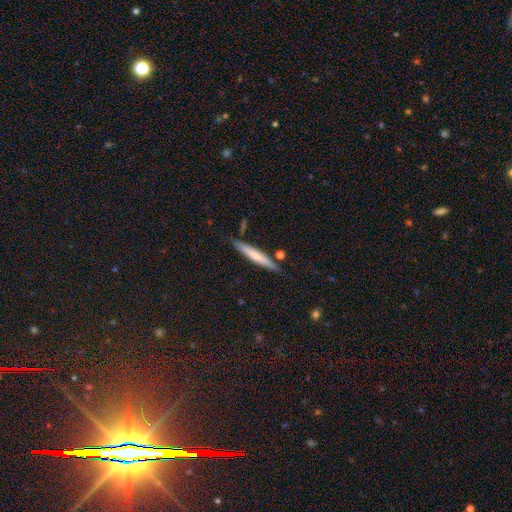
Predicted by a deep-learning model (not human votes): A smooth galaxy with no disk features (63%) that is cigar-shaped (94%). Merging: none (82%).